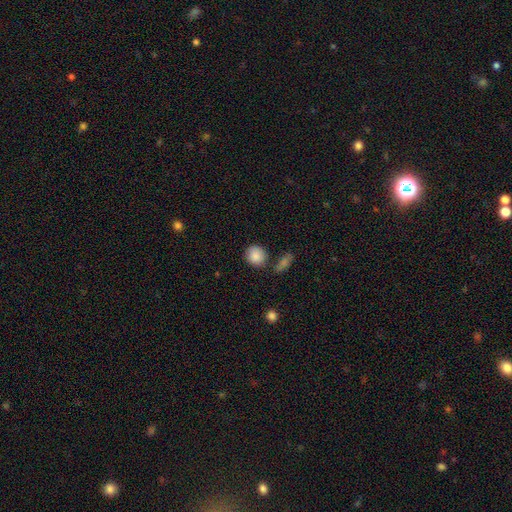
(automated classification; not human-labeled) A smooth galaxy with no disk features (87%) that is round (82%). Merging: none (75%).